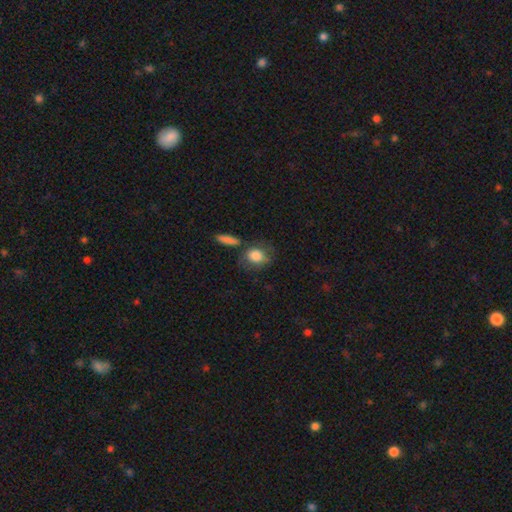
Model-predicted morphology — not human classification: smooth 79%, featured or disk 13%, star or artifact 7%. Down the decision tree: how rounded — in between (52%); merging — none (57%).